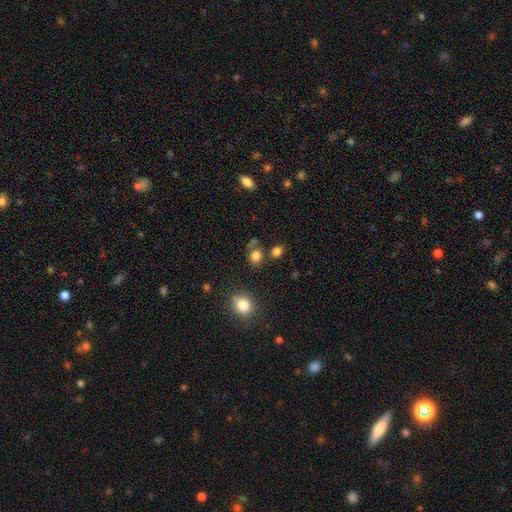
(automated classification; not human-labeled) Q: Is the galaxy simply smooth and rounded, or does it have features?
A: smooth — 81%.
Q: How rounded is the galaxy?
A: round — 70%.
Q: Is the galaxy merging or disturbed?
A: none — 69%.